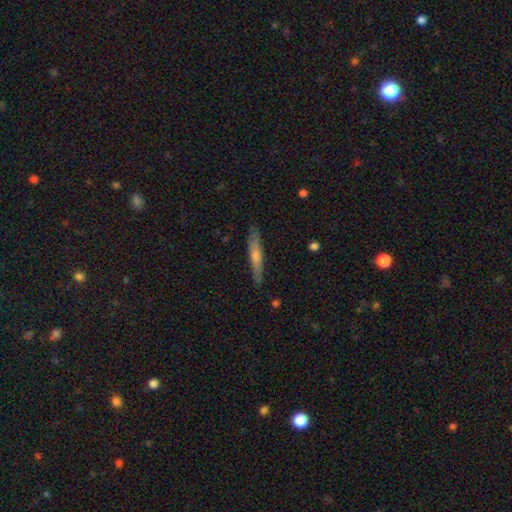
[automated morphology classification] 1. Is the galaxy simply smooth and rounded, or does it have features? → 51% smooth, 43% featured or disk, 6% star or artifact.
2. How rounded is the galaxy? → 92% cigar-shaped, 6% in between, 2% round.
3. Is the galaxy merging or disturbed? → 86% none, 11% minor disturbance, 2% major disturbance, 1% merger.